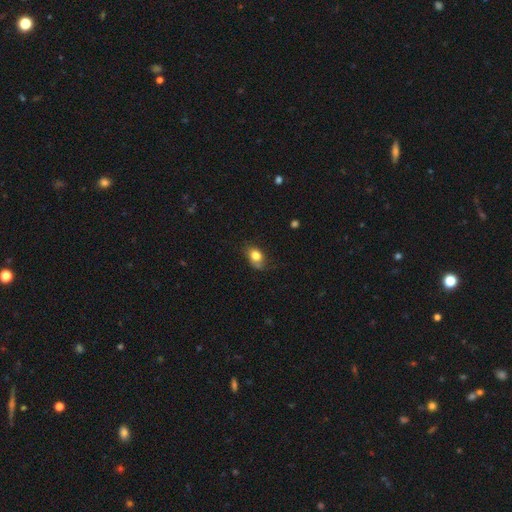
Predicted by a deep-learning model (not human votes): A smooth galaxy with no disk features (79%) that is in between round and cigar-shaped (73%). Merging: none (63%).